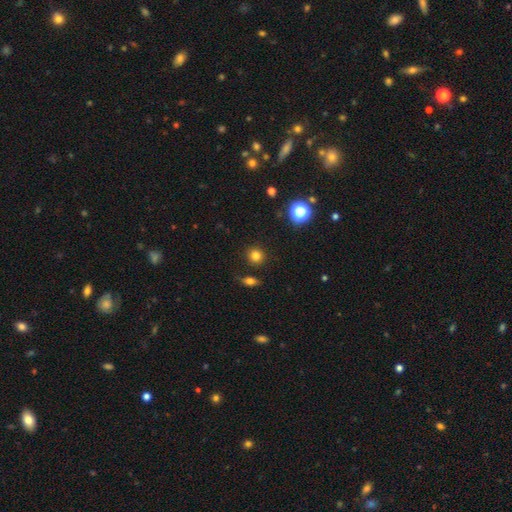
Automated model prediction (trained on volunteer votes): Overall: smooth (80%). How rounded: round (90%). Merging: none (88%).